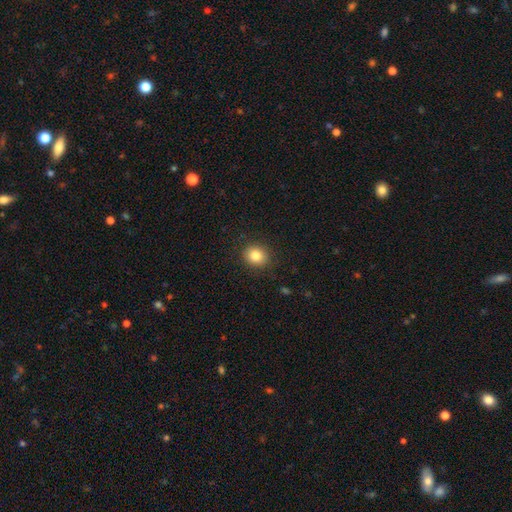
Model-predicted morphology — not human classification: Smooth or featured? Predicted: smooth (p=0.83). How rounded? Predicted: round (p=0.75). Merging? Predicted: none (p=0.89).